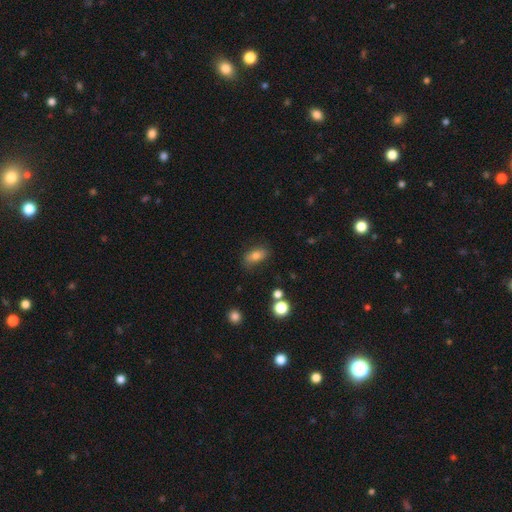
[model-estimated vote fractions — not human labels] Smooth or featured: smooth — 76% (featured or disk — 14%)
How rounded: in between — 84% (round — 10%)
Merging: none — 77% (minor disturbance — 16%)